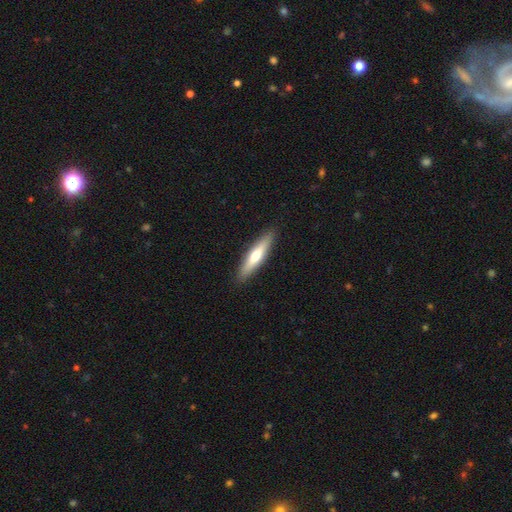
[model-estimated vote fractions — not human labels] Smooth or featured? smooth (56%)
How rounded? cigar-shaped (83%)
Merging? none (90%)